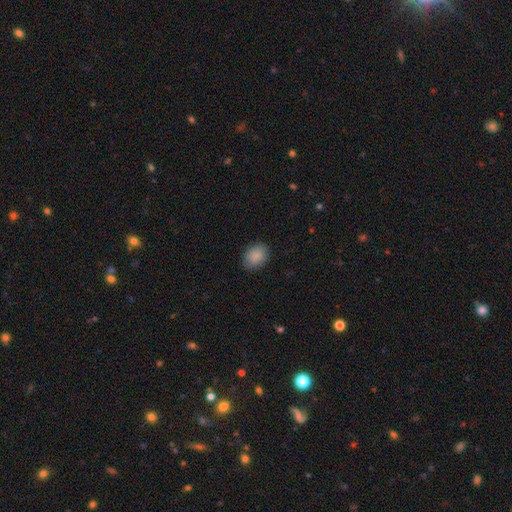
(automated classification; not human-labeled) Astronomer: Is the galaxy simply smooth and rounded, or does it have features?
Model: smooth — 89%.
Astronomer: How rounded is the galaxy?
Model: in between — 71%.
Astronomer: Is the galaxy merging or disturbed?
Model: none — 86%.